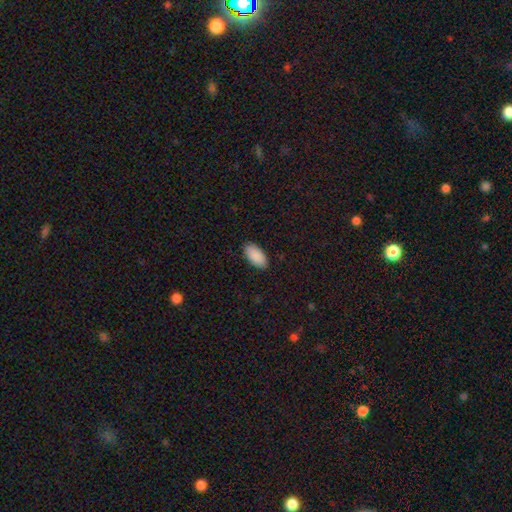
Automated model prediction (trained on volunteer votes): This is clearly a smooth galaxy (91%). How rounded: clearly in between (95%). Merging: clearly none (88%).